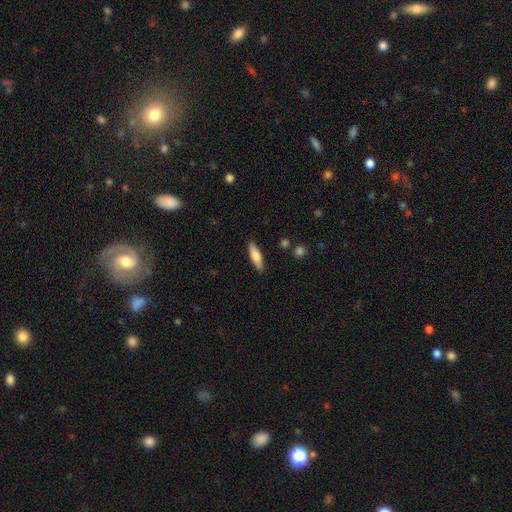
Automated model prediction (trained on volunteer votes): smooth-or-featured: smooth: 71% | featured or disk: 23% | star or artifact: 6%
  how-rounded: cigar-shaped: 62% | in between: 36% | round: 2%
  merging: none: 88% | minor disturbance: 9% | major disturbance: 2% | merger: 2%